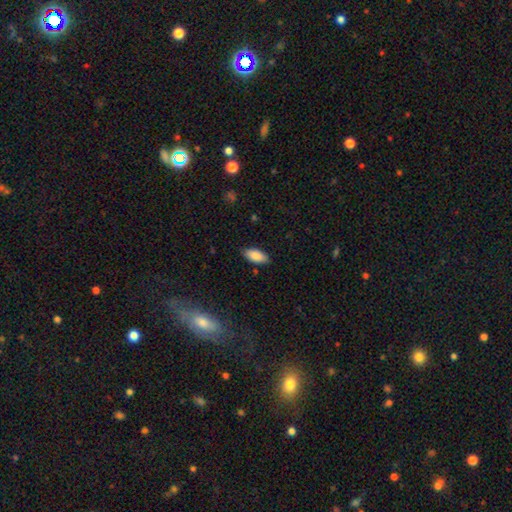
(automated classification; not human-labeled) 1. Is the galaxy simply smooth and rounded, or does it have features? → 87% smooth, 7% featured or disk, 6% star or artifact.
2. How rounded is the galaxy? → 91% in between, 7% cigar-shaped, 2% round.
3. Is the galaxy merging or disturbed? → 84% none, 12% minor disturbance, 2% major disturbance, 1% merger.